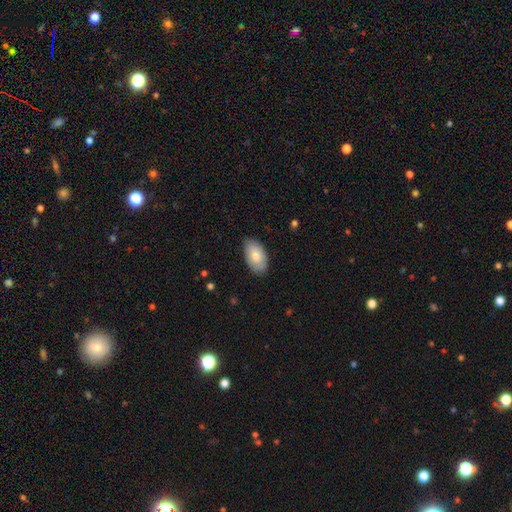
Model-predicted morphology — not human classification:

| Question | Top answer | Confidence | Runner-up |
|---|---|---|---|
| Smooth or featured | smooth | 78% | featured or disk (17%) |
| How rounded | in between | 95% | round (4%) |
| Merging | none | 83% | minor disturbance (14%) |